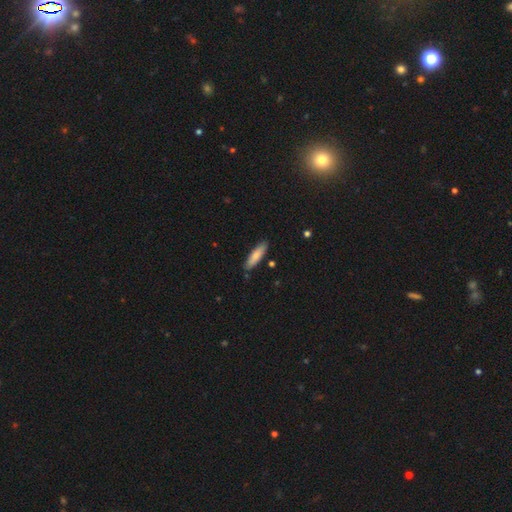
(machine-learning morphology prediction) Smooth or featured? Predicted: smooth (p=0.80). How rounded? Predicted: cigar-shaped (p=0.70). Merging? Predicted: none (p=0.86).